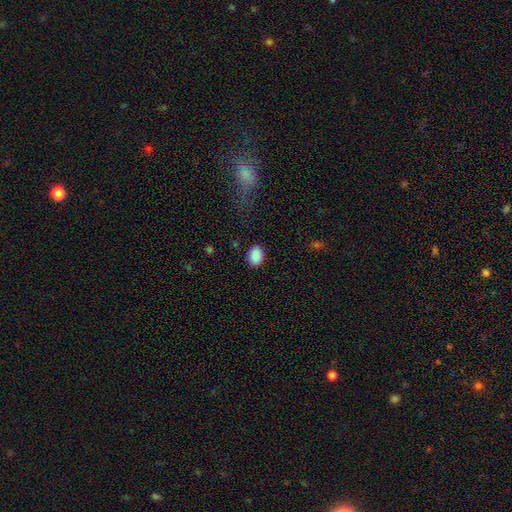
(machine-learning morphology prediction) Overall: smooth (90%). How rounded: in between (68%; round 31%). Merging: none (87%).